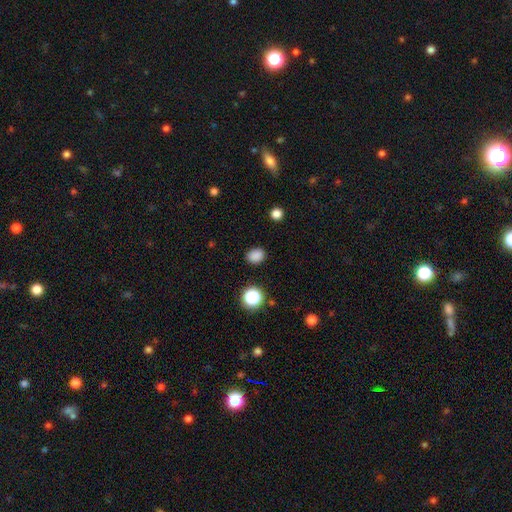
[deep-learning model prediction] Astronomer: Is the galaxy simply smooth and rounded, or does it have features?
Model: smooth — 84%.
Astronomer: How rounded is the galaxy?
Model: in between — 50% (runner-up: round, 49%).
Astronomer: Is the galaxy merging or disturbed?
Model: none — 87%.